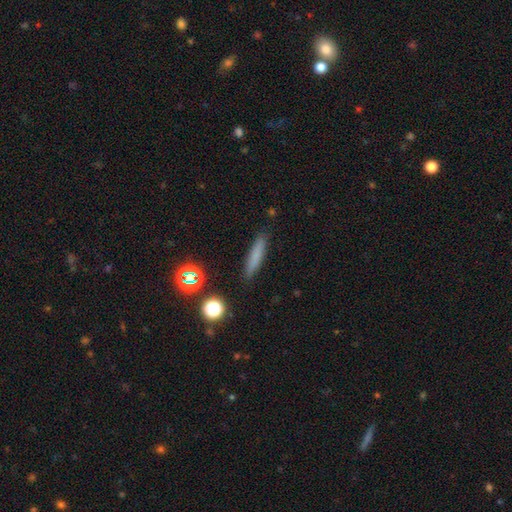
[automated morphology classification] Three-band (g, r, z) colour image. It shows a smooth galaxy with no disk features (73%) that is cigar-shaped (90%). Merging: none (88%).